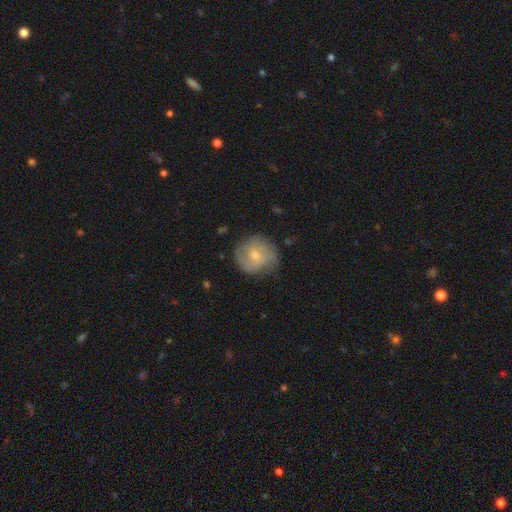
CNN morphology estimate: This is possibly a smooth galaxy (53%). How rounded: clearly round (89%). Merging: likely none (72%).